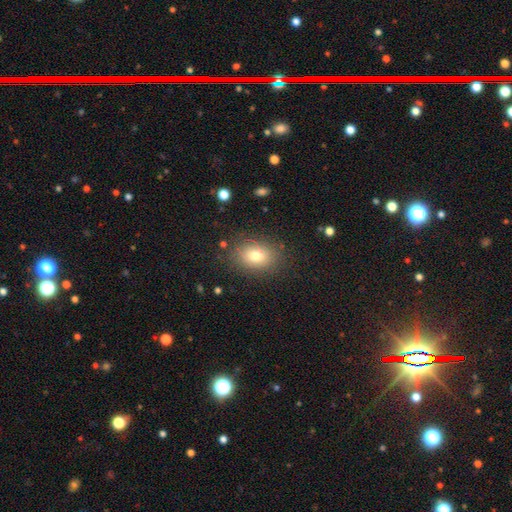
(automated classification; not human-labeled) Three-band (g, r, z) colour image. It shows a smooth galaxy with no disk features (76%) that is in between round and cigar-shaped (76%). Merging: none (84%).